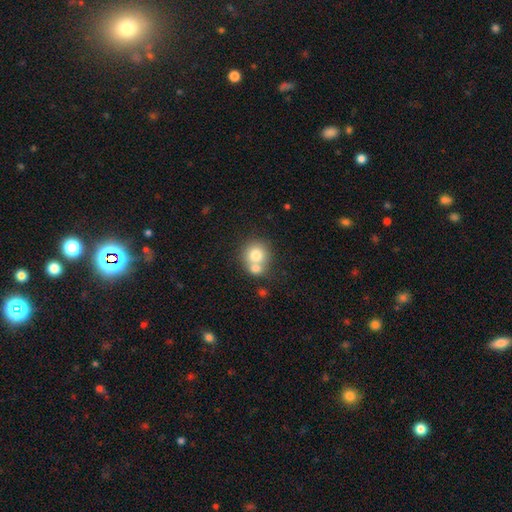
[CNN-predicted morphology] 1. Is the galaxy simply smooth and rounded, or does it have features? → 75% smooth, 16% featured or disk, 10% star or artifact.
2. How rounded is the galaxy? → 86% round, 13% in between, 1% cigar-shaped.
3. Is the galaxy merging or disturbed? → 49% merger, 41% none, 7% minor disturbance, 3% major disturbance.